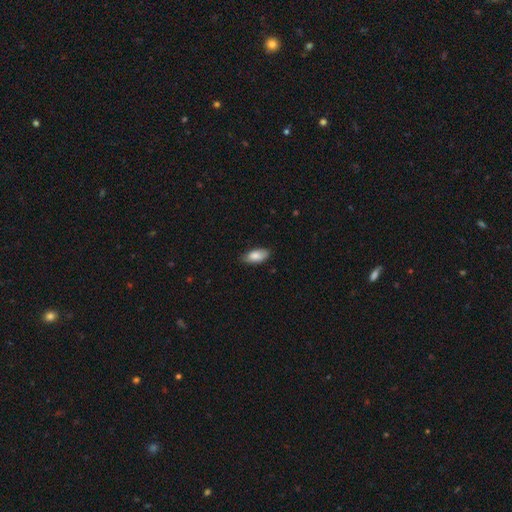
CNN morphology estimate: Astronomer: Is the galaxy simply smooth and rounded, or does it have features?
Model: smooth — 85%.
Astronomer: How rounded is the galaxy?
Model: in between — 90%.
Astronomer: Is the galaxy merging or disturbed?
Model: none — 78%.